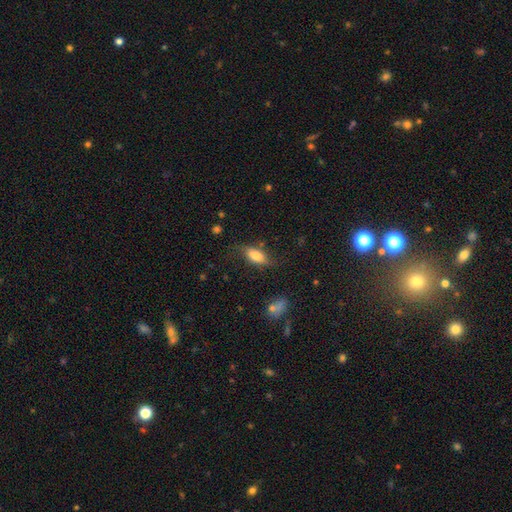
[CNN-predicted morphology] The model was most divided on "merging": none: 66%, minor disturbance: 23%, major disturbance: 9%, merger: 3%. More confident: how rounded — in between (84%); smooth or featured — smooth (74%).